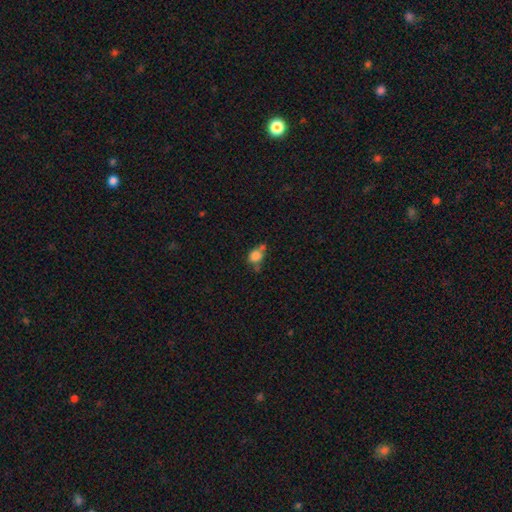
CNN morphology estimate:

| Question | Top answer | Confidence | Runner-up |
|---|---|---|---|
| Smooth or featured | smooth | 79% | star or artifact (11%) |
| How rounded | round | 53% | in between (46%) |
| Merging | none | 40% | merger (26%) |